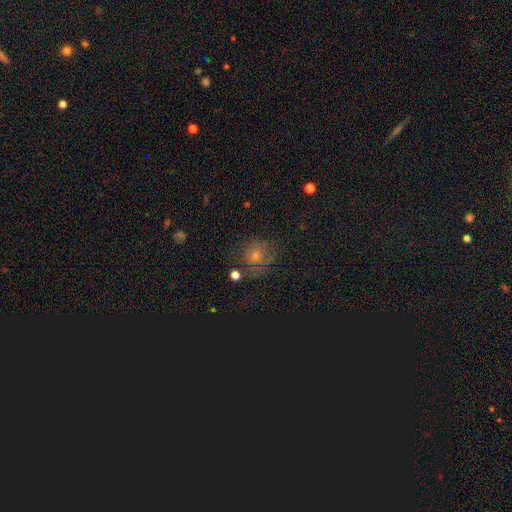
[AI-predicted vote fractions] smooth_or_featured: smooth (p=0.39) [alt: star or artifact p=0.36]
merging: none (p=0.69) [alt: minor disturbance p=0.17]